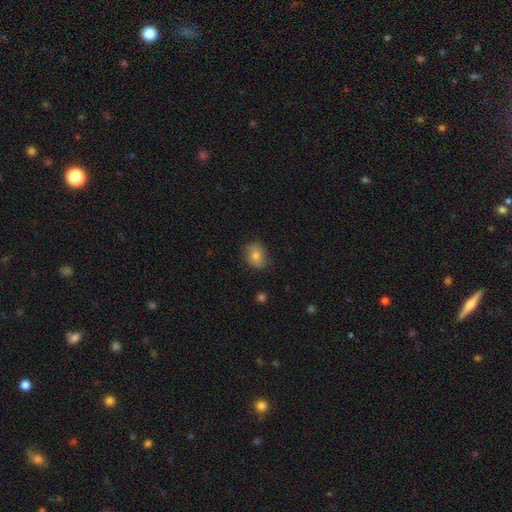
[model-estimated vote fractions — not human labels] Smooth or featured? smooth (77%)
How rounded? in between (58%)
Merging? none (78%)